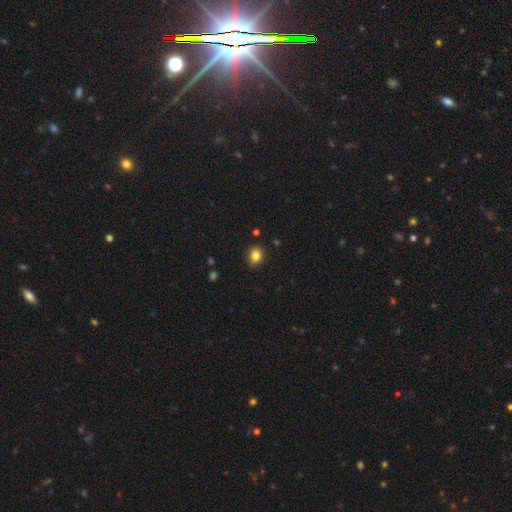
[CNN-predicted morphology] Smooth or featured?
  - smooth: 84% *
  - star or artifact: 11%
  - featured or disk: 5%
How rounded?
  - round: 55% *
  - in between: 44%
  - cigar-shaped: 1%
Merging?
  - none: 88% *
  - minor disturbance: 9%
  - major disturbance: 2%
  - merger: 1%